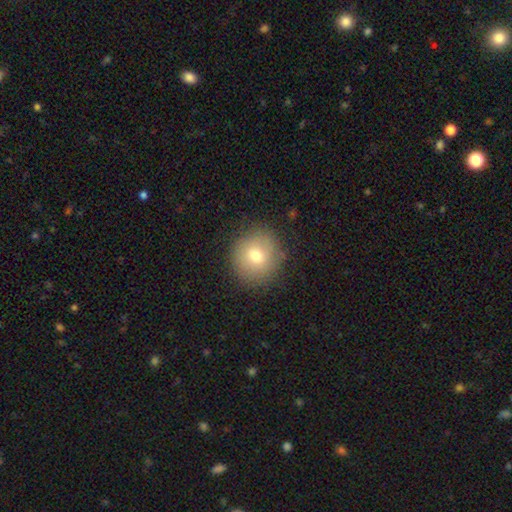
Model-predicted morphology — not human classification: Smooth or featured? Predicted: smooth (p=0.73). How rounded? Predicted: round (p=0.90). Merging? Predicted: none (p=0.87).